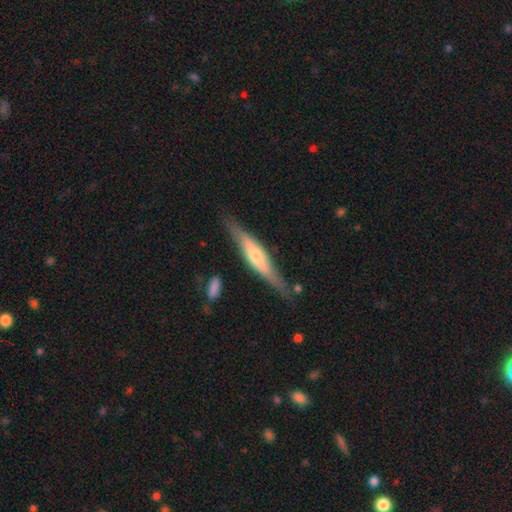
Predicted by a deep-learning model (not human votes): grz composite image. It shows a featured or disk galaxy (63%) viewed edge-on (92%) with a rounded central bulge (72%). Merging: none (79%).